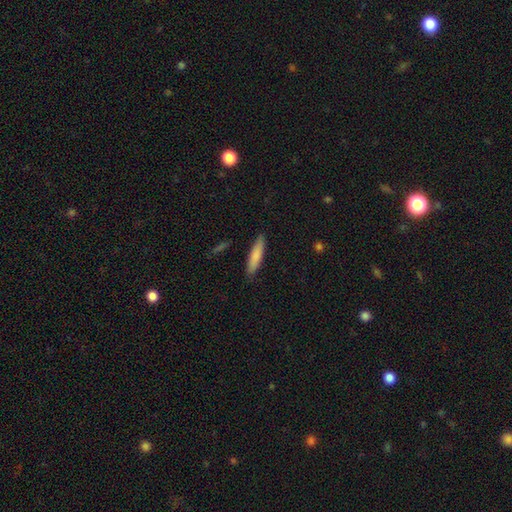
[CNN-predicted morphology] The model was most divided on "how rounded": cigar-shaped: 80%, in between: 18%, round: 1%. More confident: merging — none (88%); smooth or featured — smooth (81%).